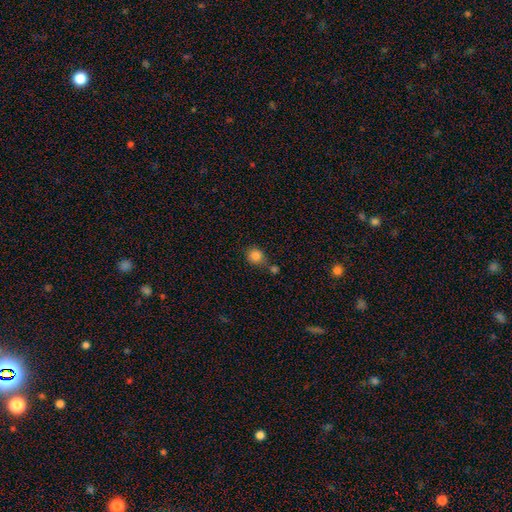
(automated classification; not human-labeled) This appears to be a smooth galaxy with no disk features (84%) that is round (84%). Merging: none (61%).